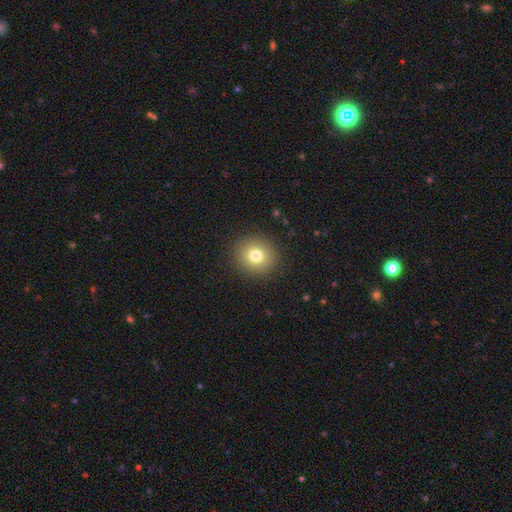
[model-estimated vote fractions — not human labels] smooth_or_featured: smooth (p=0.78) [alt: star or artifact p=0.12]
how_rounded: round (p=0.87) [alt: in between p=0.12]
merging: none (p=0.90) [alt: minor disturbance p=0.06]